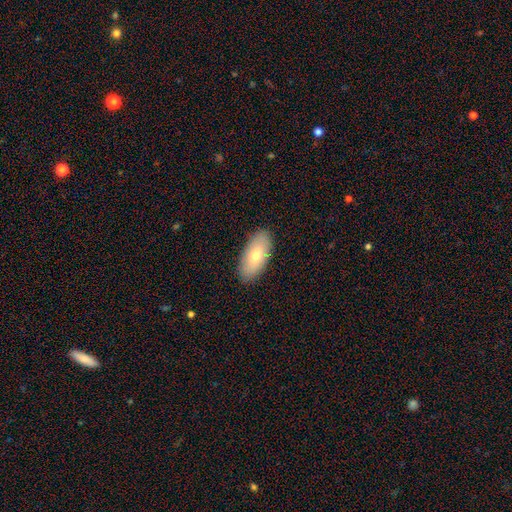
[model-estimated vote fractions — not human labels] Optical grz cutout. It shows a smooth galaxy with no disk features (75%) that is in between round and cigar-shaped (91%). Merging: none (89%).